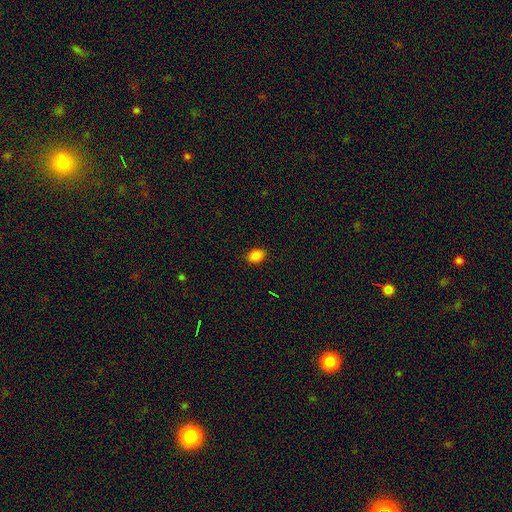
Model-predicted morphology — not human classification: Q: Smooth or featured?
A: smooth (85%); runner-up: star or artifact (11%)
Q: How rounded?
A: in between (75%); runner-up: round (24%)
Q: Merging?
A: none (87%); runner-up: minor disturbance (10%)